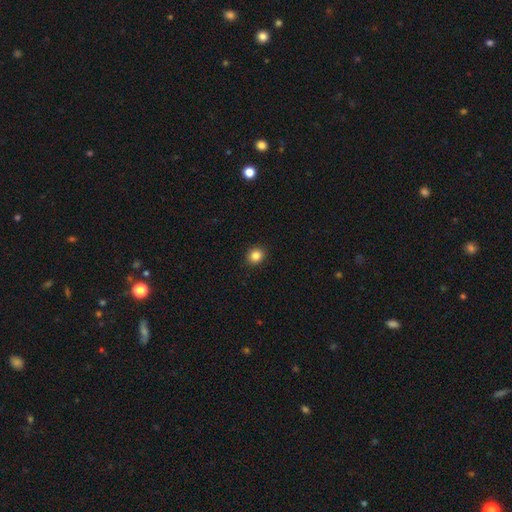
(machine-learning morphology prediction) This is clearly a smooth galaxy (86%). How rounded: likely round (80%). Merging: clearly none (92%).